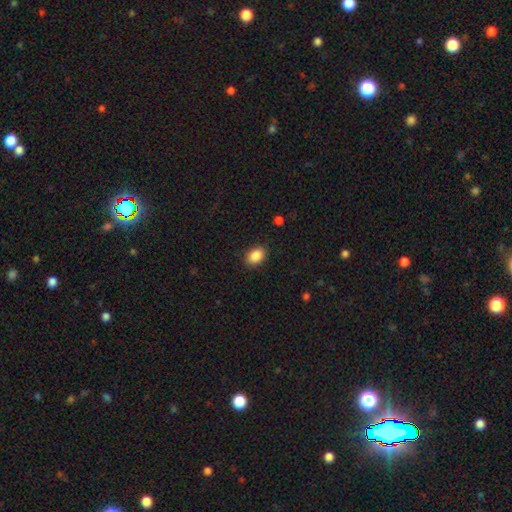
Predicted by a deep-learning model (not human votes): The model was most divided on "how rounded": in between: 80%, round: 19%, cigar-shaped: 1%. More confident: smooth or featured — smooth (88%); merging — none (87%).